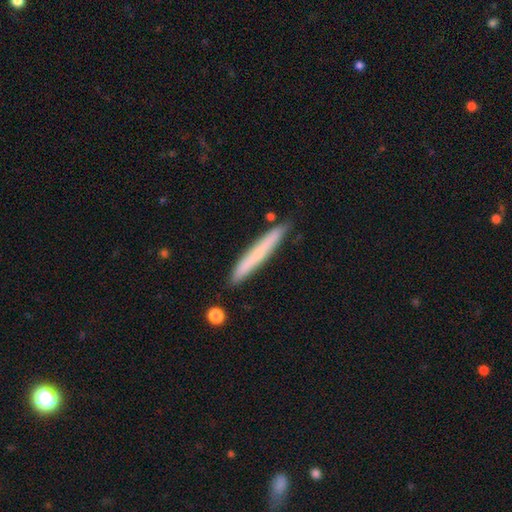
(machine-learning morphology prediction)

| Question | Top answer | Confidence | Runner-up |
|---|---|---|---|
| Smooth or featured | smooth | 62% | featured or disk (32%) |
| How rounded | cigar-shaped | 96% | in between (3%) |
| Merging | none | 85% | minor disturbance (10%) |